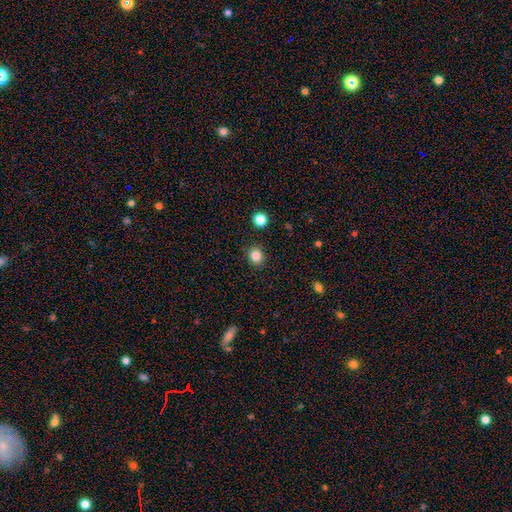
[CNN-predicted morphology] Overall: smooth (83%). How rounded: round (80%). Merging: none (90%).